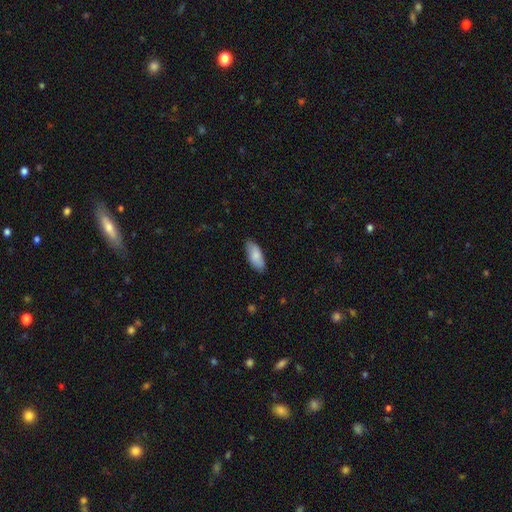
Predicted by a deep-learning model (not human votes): Smooth or featured? smooth (84%)
How rounded? in between (85%)
Merging? none (84%)